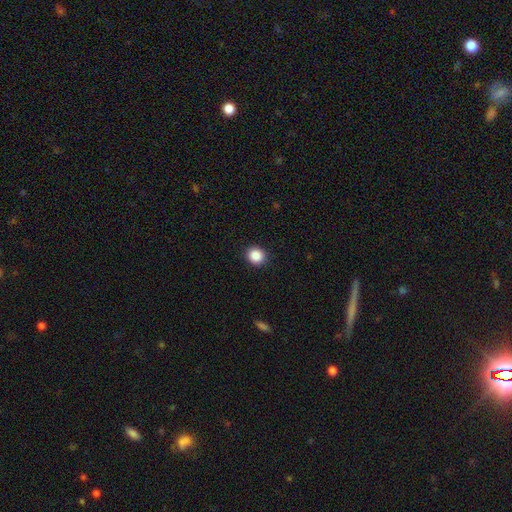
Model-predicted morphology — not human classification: Smooth or featured?
  - smooth: 88% *
  - star or artifact: 9%
  - featured or disk: 3%
How rounded?
  - round: 84% *
  - in between: 15%
  - cigar-shaped: 1%
Merging?
  - none: 91% *
  - minor disturbance: 6%
  - major disturbance: 2%
  - merger: 1%